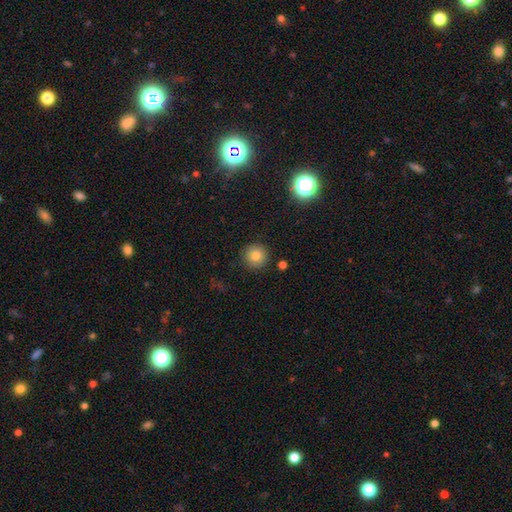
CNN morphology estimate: This is clearly a smooth galaxy (81%). How rounded: clearly round (94%). Merging: clearly none (89%).